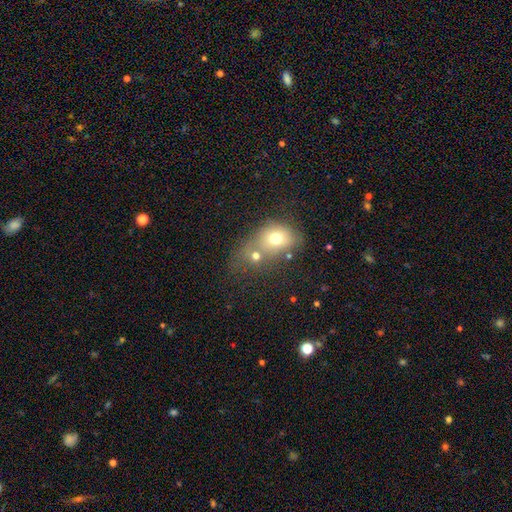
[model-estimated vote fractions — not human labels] Q: Smooth or featured?
A: smooth (68%); runner-up: featured or disk (17%)
Q: How rounded?
A: round (58%); runner-up: in between (40%)
Q: Merging?
A: merger (57%); runner-up: none (27%)